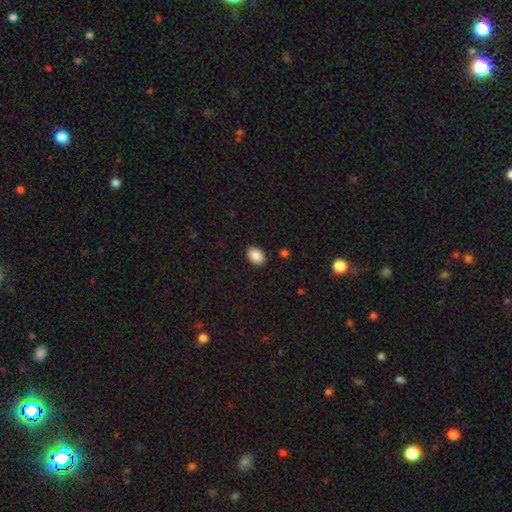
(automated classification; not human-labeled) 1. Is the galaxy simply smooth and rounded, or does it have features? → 89% smooth, 7% star or artifact, 4% featured or disk.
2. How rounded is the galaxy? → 85% in between, 14% round, 1% cigar-shaped.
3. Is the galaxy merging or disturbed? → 89% none, 8% minor disturbance, 2% major disturbance, 1% merger.